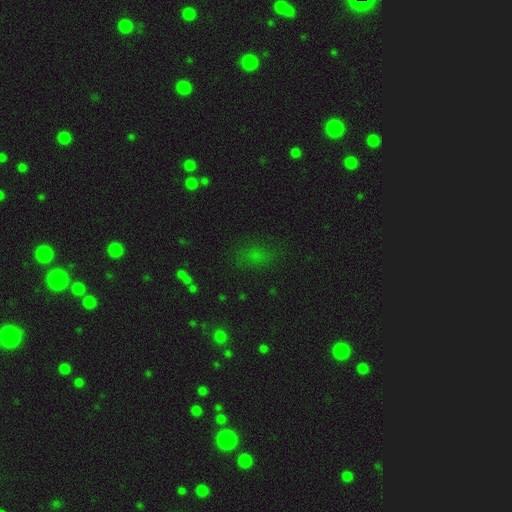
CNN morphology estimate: smooth_or_featured: smooth (p=0.54) [alt: star or artifact p=0.36]
how_rounded: in between (p=0.67) [alt: round p=0.28]
merging: none (p=0.67) [alt: minor disturbance p=0.18]